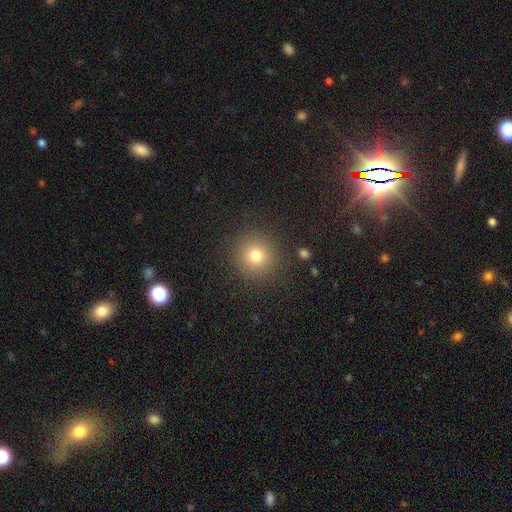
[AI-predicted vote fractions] Smooth or featured?
  - smooth: 76% *
  - star or artifact: 15%
  - featured or disk: 9%
How rounded?
  - round: 94% *
  - in between: 5%
  - cigar-shaped: 1%
Merging?
  - none: 89% *
  - minor disturbance: 6%
  - major disturbance: 3%
  - merger: 1%